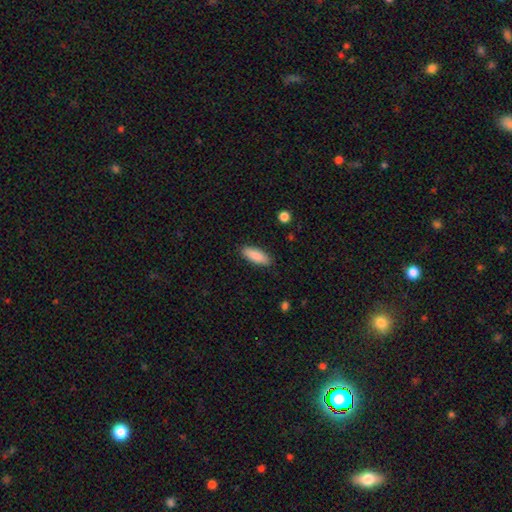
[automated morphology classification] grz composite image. It shows a smooth galaxy with no disk features (88%) that is in between round and cigar-shaped (64%). Merging: none (88%).